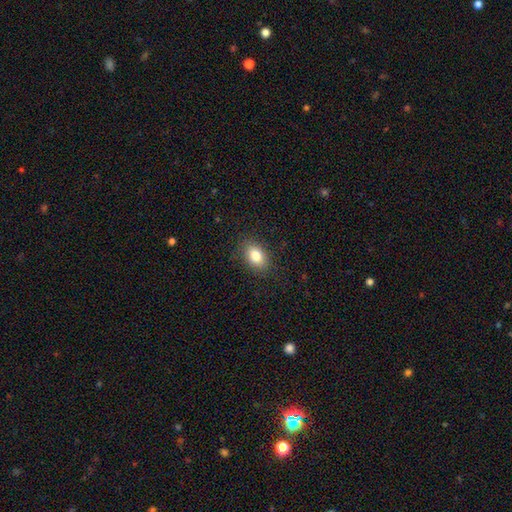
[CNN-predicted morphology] Smooth or featured? Predicted: smooth (p=0.83). How rounded? Predicted: in between (p=0.82). Merging? Predicted: none (p=0.87).